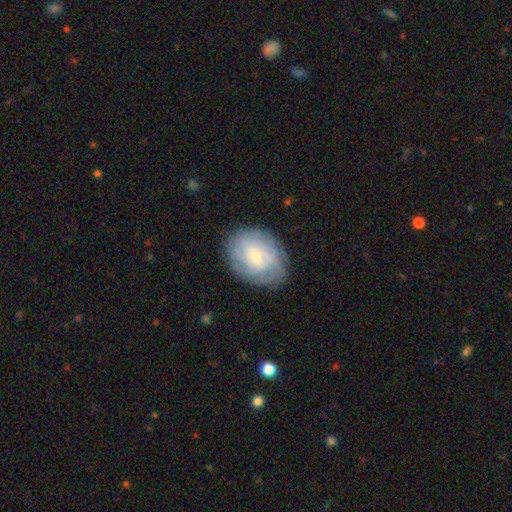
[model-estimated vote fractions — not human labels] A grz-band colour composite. It shows a featured or disk galaxy (53%) with no bar (51%), spiral arms (74%) and a small central bulge (65%). Merging: none (76%).